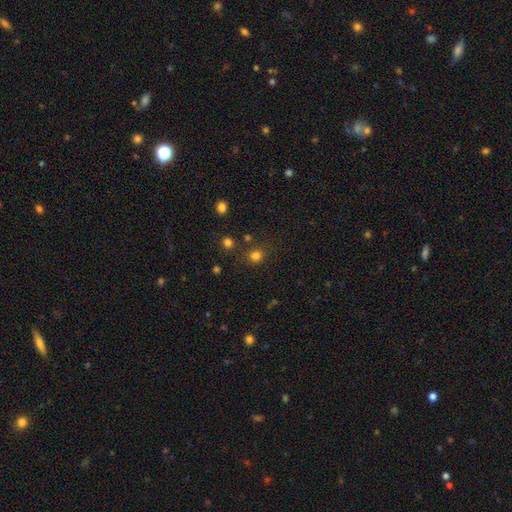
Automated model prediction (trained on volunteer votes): This is likely a smooth galaxy (77%). How rounded: clearly round (83%). Merging: likely none (77%).